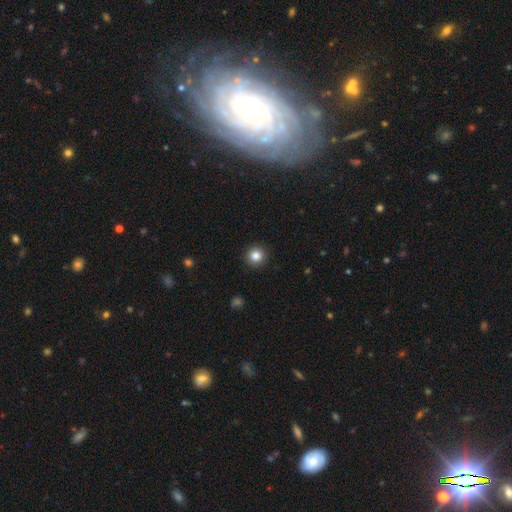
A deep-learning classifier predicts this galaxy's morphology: This appears to be a smooth galaxy with no disk features (85%) that is round (95%). Merging: none (92%).